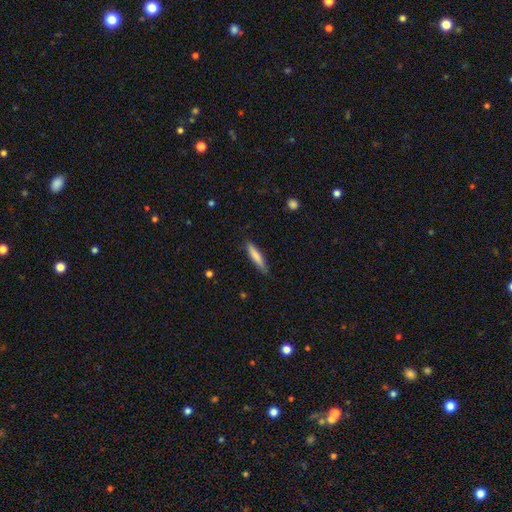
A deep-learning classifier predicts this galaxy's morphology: smooth-or-featured: smooth: 77% | featured or disk: 18% | star or artifact: 6%
  how-rounded: cigar-shaped: 89% | in between: 10% | round: 1%
  merging: none: 84% | minor disturbance: 12% | major disturbance: 2% | merger: 1%